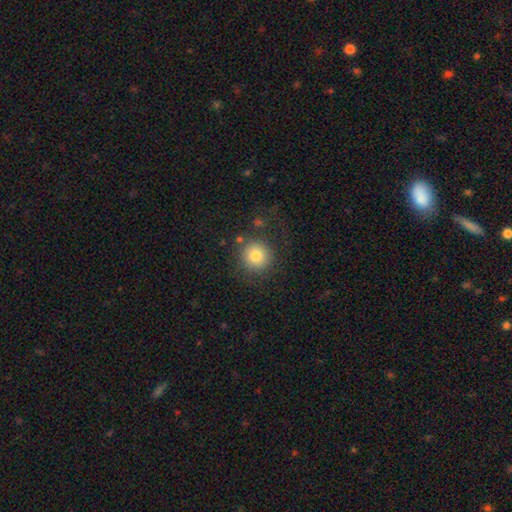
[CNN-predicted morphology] smooth 81%, star or artifact 10%, featured or disk 9%. Down the decision tree: how rounded — round (93%); merging — none (82%).